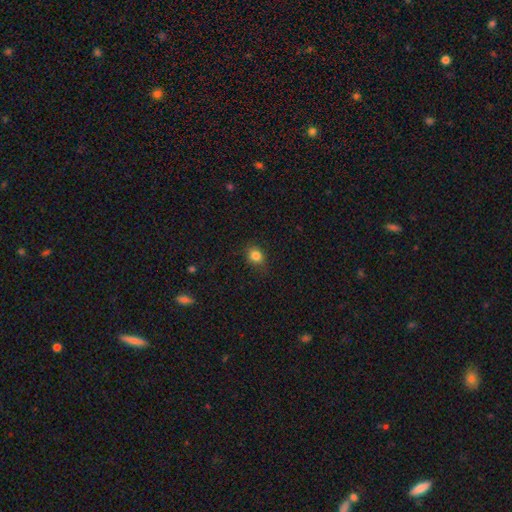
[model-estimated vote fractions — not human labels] smooth-or-featured: smooth: 83% | star or artifact: 12% | featured or disk: 5%
  how-rounded: round: 61% | in between: 38% | cigar-shaped: 1%
  merging: none: 79% | minor disturbance: 16% | major disturbance: 4% | merger: 1%